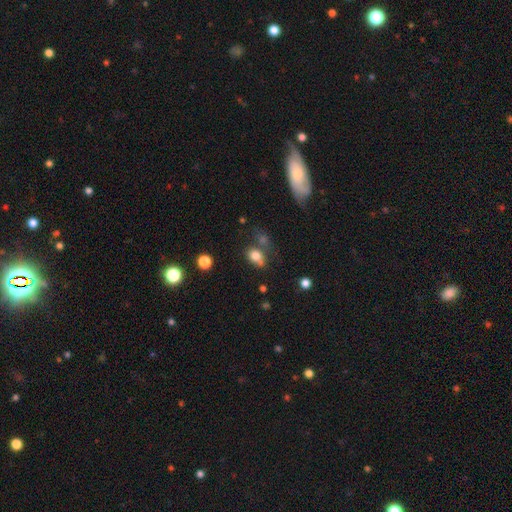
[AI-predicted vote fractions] Morphology: type=smooth (79%); roundness=in between (65%); merging=none (46%).